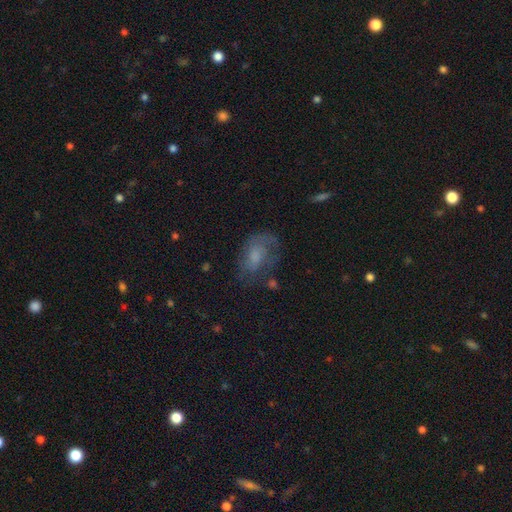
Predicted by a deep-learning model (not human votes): Smooth or featured?
  - featured or disk: 47% *
  - smooth: 42%
  - star or artifact: 12%
Merging?
  - none: 49% *
  - minor disturbance: 25%
  - major disturbance: 23%
  - merger: 3%